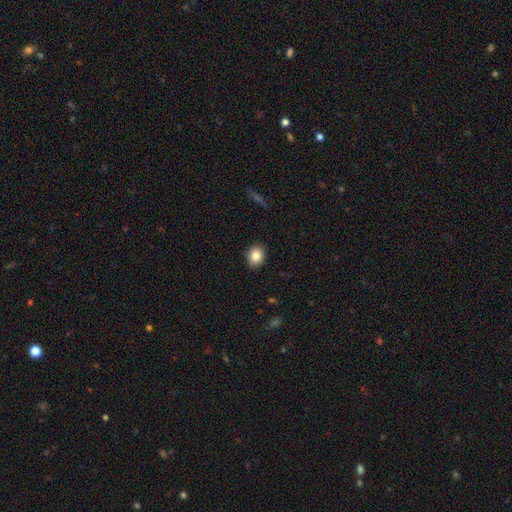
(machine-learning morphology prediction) Smooth or featured? Predicted: smooth (p=0.84). How rounded? Predicted: round (p=0.51). Merging? Predicted: none (p=0.89).